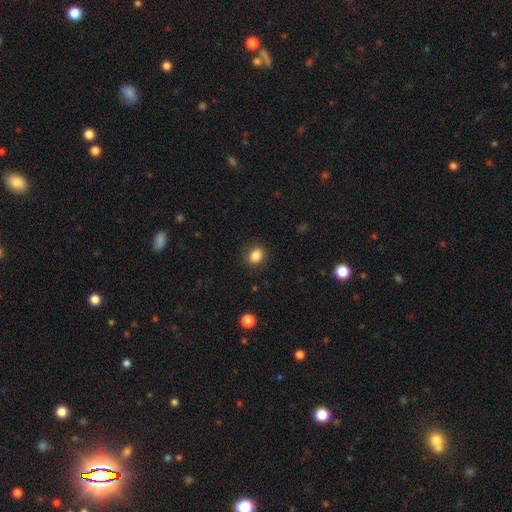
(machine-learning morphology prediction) Q: Smooth or featured?
A: smooth (86%); runner-up: star or artifact (10%)
Q: How rounded?
A: round (58%); runner-up: in between (41%)
Q: Merging?
A: none (88%); runner-up: minor disturbance (9%)